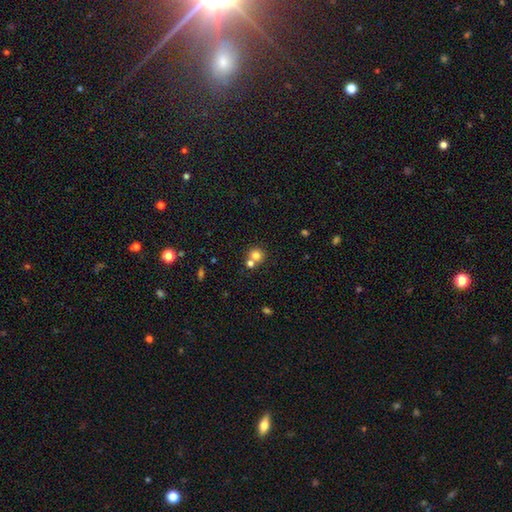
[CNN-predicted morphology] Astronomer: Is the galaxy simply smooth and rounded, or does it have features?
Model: smooth — 77%.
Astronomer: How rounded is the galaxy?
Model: round — 88%.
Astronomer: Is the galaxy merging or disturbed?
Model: none — 50% (runner-up: merger, 41%).